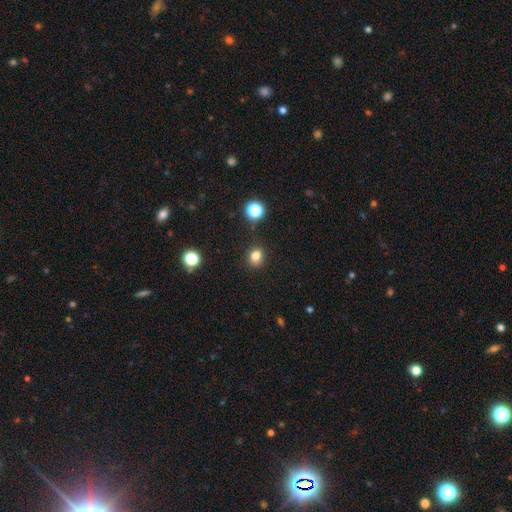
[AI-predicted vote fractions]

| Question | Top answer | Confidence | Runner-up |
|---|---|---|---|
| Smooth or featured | smooth | 80% | star or artifact (14%) |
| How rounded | round | 65% | in between (34%) |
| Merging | none | 83% | minor disturbance (11%) |